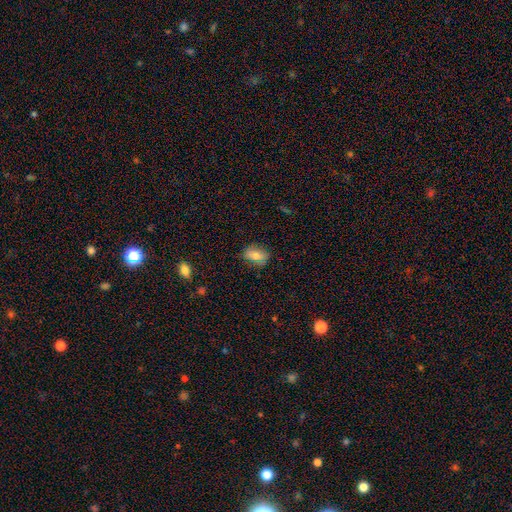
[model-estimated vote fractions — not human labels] smooth_or_featured: smooth (p=0.73) [alt: featured or disk p=0.17]
how_rounded: in between (p=0.80) [alt: round p=0.17]
merging: none (p=0.78) [alt: minor disturbance p=0.17]